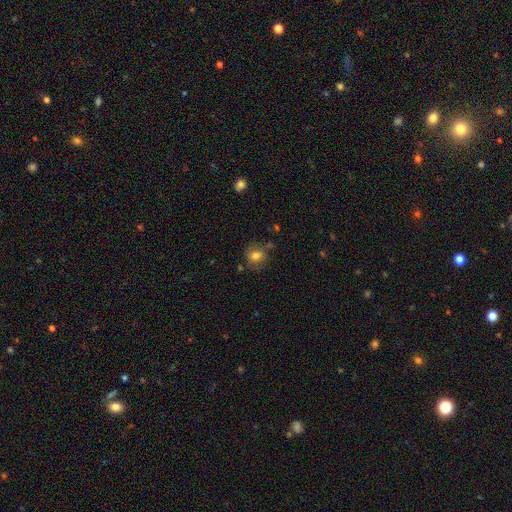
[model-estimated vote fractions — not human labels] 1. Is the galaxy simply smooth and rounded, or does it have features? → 76% smooth, 13% featured or disk, 11% star or artifact.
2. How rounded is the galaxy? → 72% round, 27% in between, 1% cigar-shaped.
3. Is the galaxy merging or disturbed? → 69% none, 19% minor disturbance, 7% major disturbance, 6% merger.